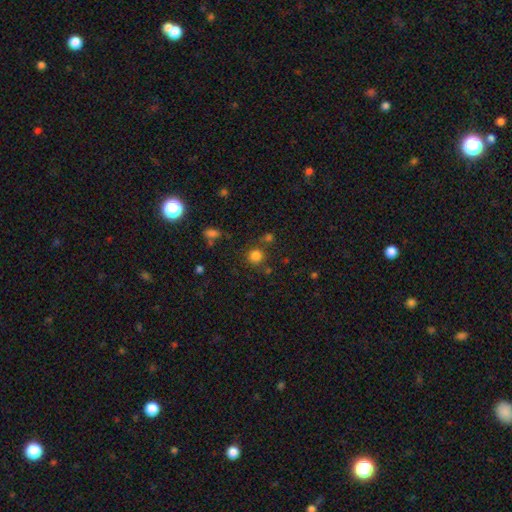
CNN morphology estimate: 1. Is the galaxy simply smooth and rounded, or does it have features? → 80% smooth, 15% star or artifact, 5% featured or disk.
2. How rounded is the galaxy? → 92% round, 7% in between, 1% cigar-shaped.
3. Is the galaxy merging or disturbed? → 76% none, 10% merger, 10% minor disturbance, 4% major disturbance.